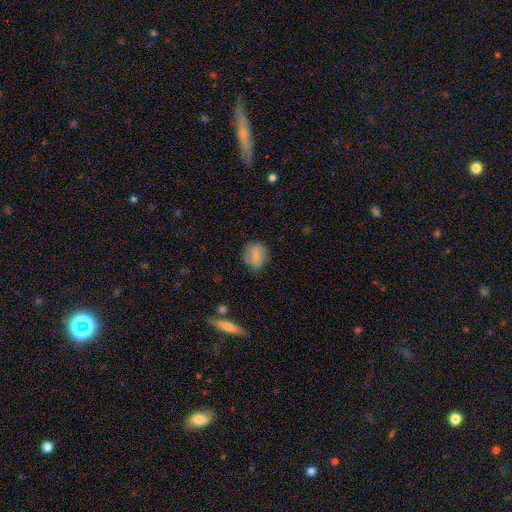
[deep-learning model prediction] A smooth galaxy with no disk features (78%) that is round (59%). Merging: none (73%).